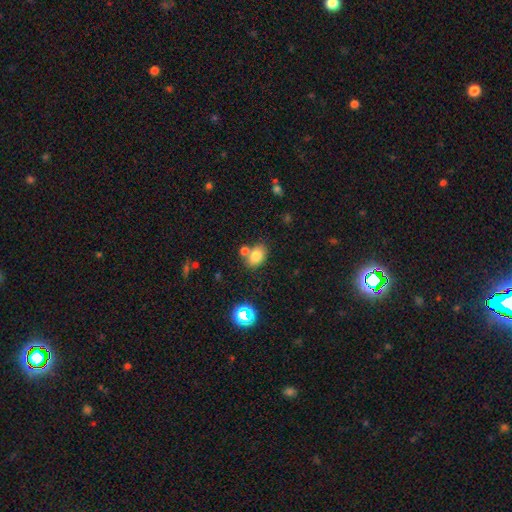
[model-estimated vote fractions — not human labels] Smooth or featured: smooth — 78% (star or artifact — 12%)
How rounded: in between — 77% (round — 22%)
Merging: none — 61% (merger — 23%)